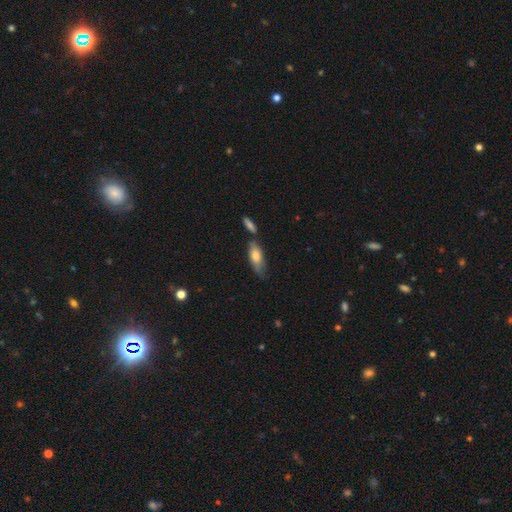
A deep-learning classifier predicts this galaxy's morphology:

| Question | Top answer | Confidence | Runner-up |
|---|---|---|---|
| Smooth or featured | smooth | 70% | featured or disk (23%) |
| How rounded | in between | 69% | cigar-shaped (29%) |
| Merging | none | 55% | minor disturbance (24%) |